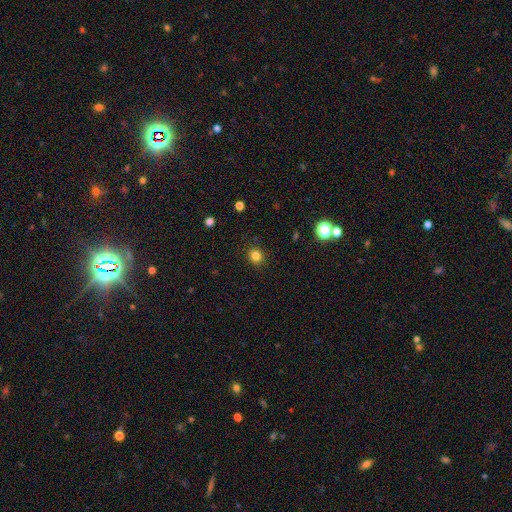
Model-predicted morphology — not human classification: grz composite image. It shows a smooth galaxy with no disk features (82%) that is round (84%). Merging: none (90%).